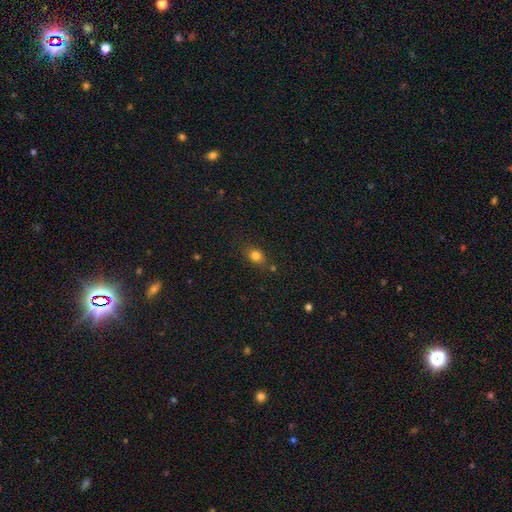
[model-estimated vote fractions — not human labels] Overall: smooth (79%). How rounded: in between (60%; round 36%). Merging: none (75%).